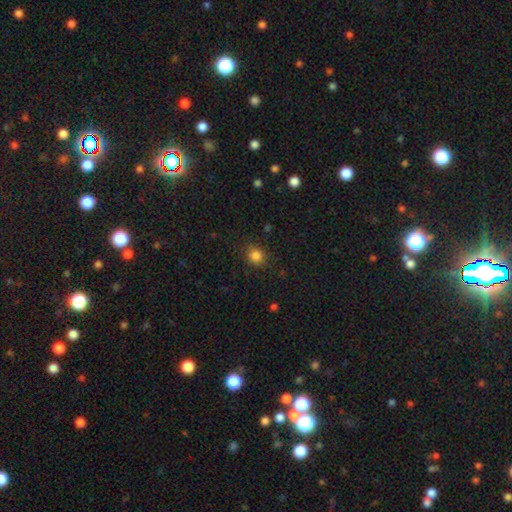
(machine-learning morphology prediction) Smooth or featured: smooth — 84% (star or artifact — 12%)
How rounded: round — 79% (in between — 20%)
Merging: none — 86% (minor disturbance — 10%)